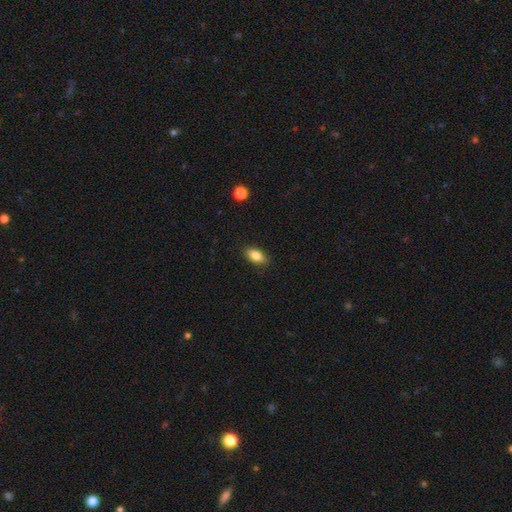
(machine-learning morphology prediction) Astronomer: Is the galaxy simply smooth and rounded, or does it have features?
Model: smooth — 84%.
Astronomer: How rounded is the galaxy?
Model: in between — 89%.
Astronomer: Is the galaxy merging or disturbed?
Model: none — 87%.